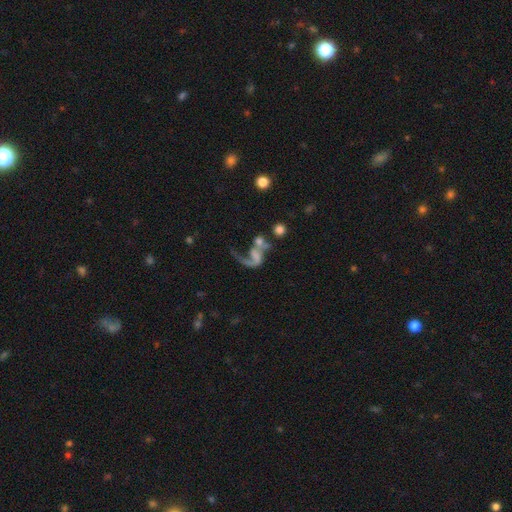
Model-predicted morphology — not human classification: Smooth or featured: featured or disk — 65% (smooth — 23%)
Edge-on disk: no — 97% (yes — 3%)
Bar: no — 52% (weak — 30%)
Spiral arms: yes — 77% (no — 23%)
Bulge size: none — 55% (small — 20%)
Merging: major disturbance — 33% (tied with merger — 33%)